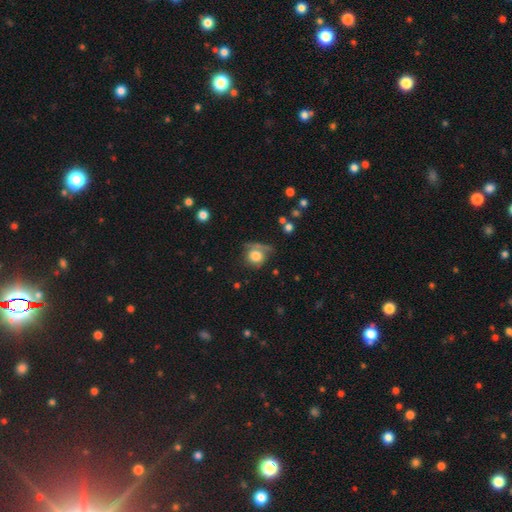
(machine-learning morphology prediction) This appears to be a smooth galaxy with no disk features (74%) that is round (79%). Merging: none (51%).